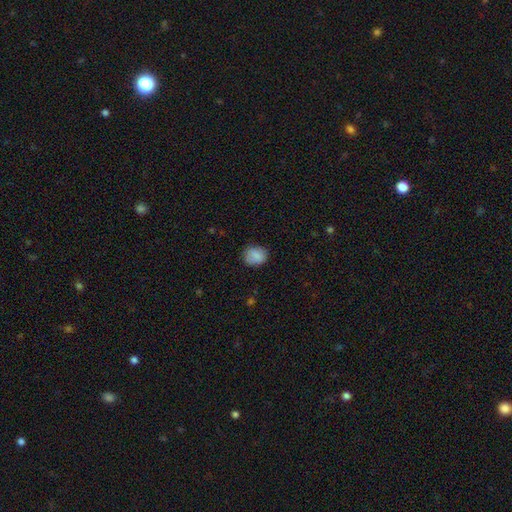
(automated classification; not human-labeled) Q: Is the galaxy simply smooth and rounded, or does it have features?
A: smooth — 86%.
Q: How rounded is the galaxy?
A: round — 54%.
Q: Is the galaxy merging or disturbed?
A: none — 79%.